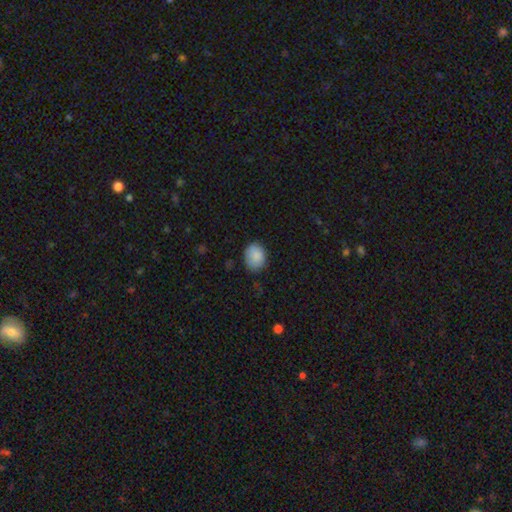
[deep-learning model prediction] This is clearly a smooth galaxy (87%). How rounded: possibly in between (52%). Merging: likely none (75%).